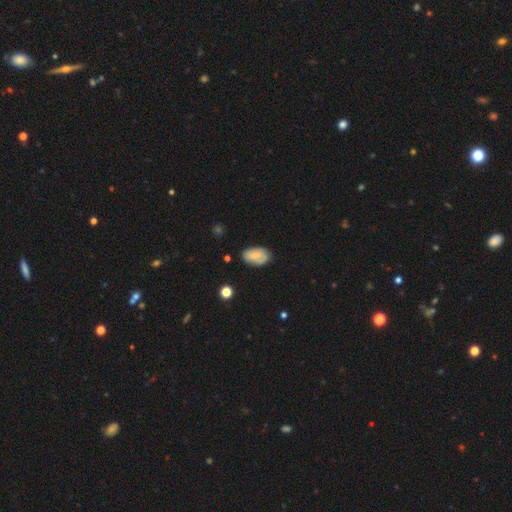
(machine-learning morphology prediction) Smooth or featured? Predicted: smooth (p=0.59). How rounded? Predicted: in between (p=0.92). Merging? Predicted: none (p=0.76).